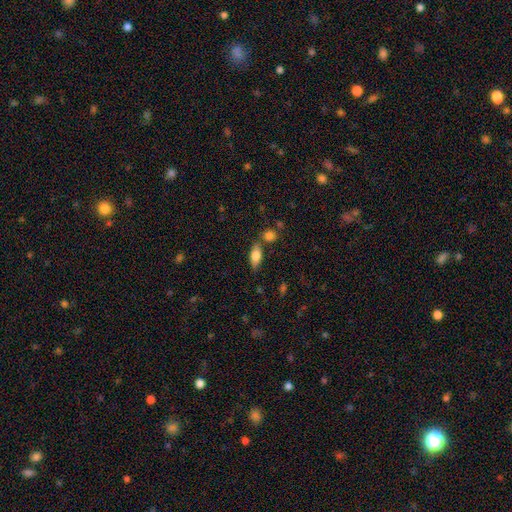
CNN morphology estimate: type=smooth (76%); roundness=in between (80%); merging=none (71%).